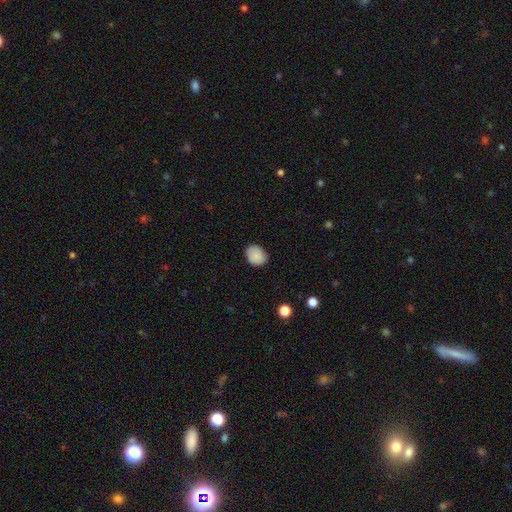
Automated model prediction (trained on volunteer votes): This is clearly a smooth galaxy (87%). How rounded: possibly round (54%). Merging: clearly none (83%).